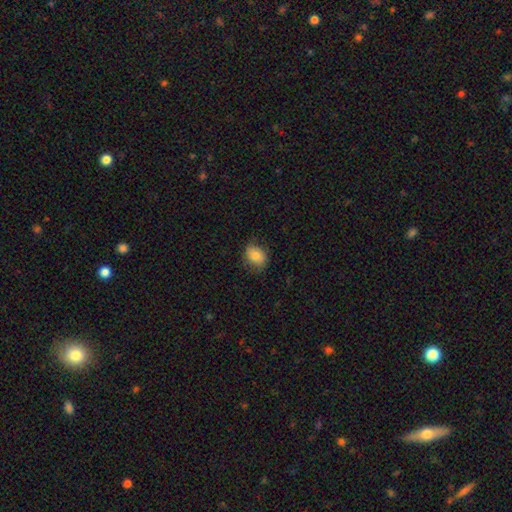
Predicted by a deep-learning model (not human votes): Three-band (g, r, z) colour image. It shows a smooth galaxy with no disk features (83%) that is in between round and cigar-shaped (56%). Merging: none (76%).